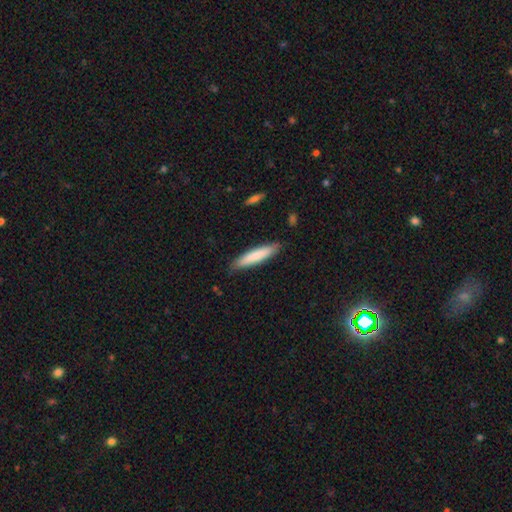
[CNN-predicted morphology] Q: Smooth or featured?
A: smooth (80%); runner-up: featured or disk (14%)
Q: How rounded?
A: cigar-shaped (85%); runner-up: in between (14%)
Q: Merging?
A: none (86%); runner-up: minor disturbance (11%)